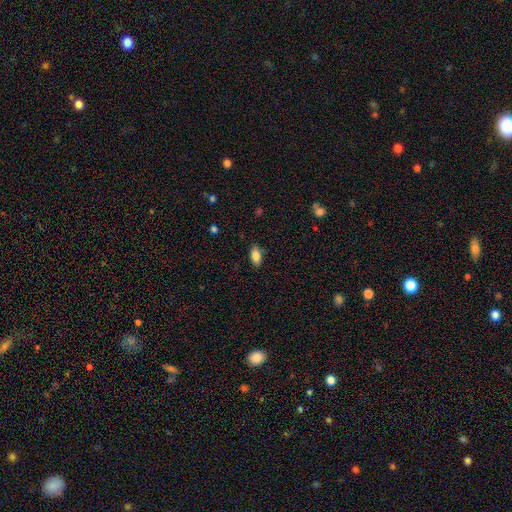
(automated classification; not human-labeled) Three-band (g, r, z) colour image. It shows a smooth galaxy with no disk features (85%) that is in between round and cigar-shaped (90%). Merging: none (85%).